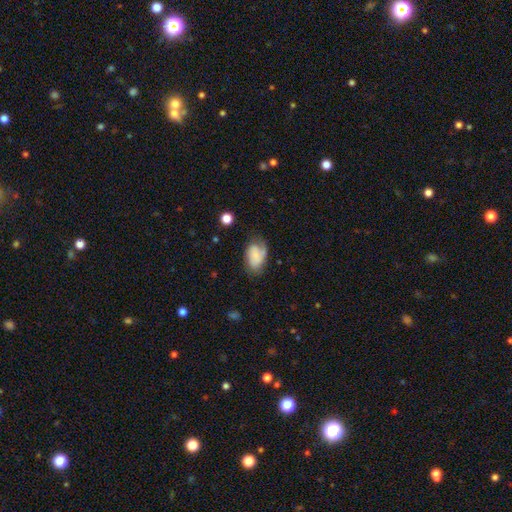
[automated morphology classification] smooth_or_featured: smooth (p=0.65) [alt: featured or disk p=0.26]
how_rounded: in between (p=0.89) [alt: round p=0.10]
merging: none (p=0.50) [alt: minor disturbance p=0.31]